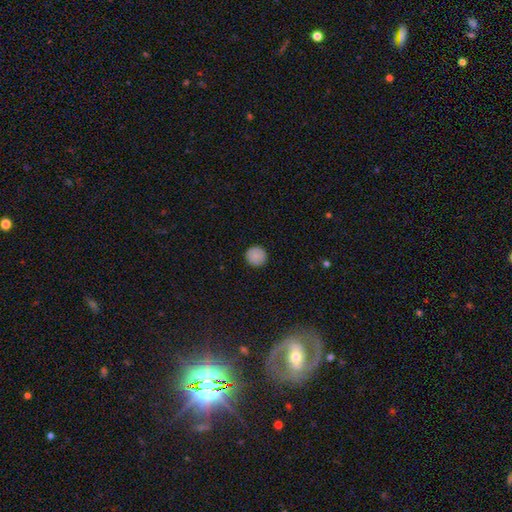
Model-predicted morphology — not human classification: smooth_or_featured: smooth (p=0.85) [alt: star or artifact p=0.08]
how_rounded: round (p=0.95) [alt: in between p=0.04]
merging: none (p=0.92) [alt: minor disturbance p=0.06]